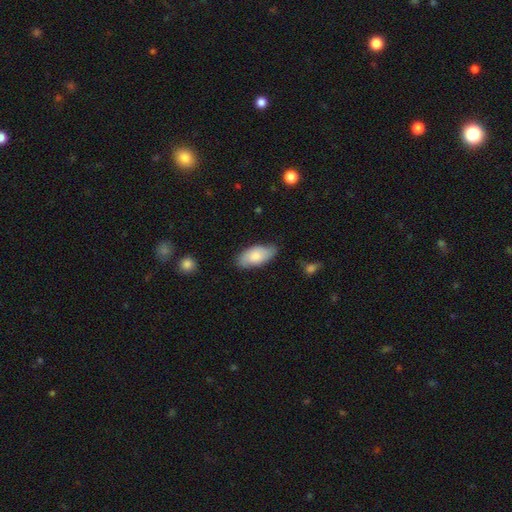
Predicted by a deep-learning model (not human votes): Q: Smooth or featured?
A: smooth (79%); runner-up: featured or disk (16%)
Q: How rounded?
A: in between (93%); runner-up: cigar-shaped (5%)
Q: Merging?
A: none (75%); runner-up: minor disturbance (20%)